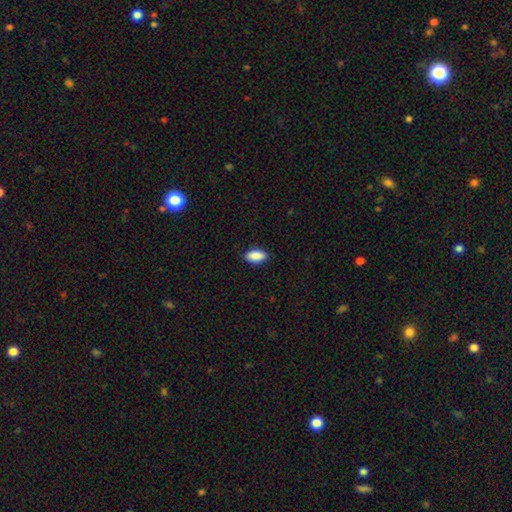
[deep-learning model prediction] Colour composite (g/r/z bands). It shows a smooth galaxy with no disk features (90%) that is in between round and cigar-shaped (92%). Merging: none (88%).